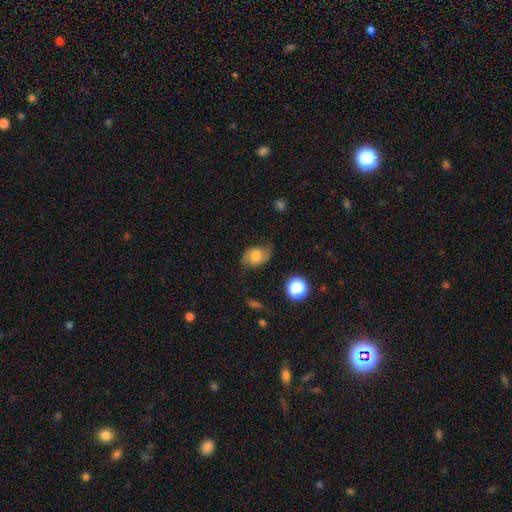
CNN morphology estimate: Q: Smooth or featured?
A: smooth (59%); runner-up: featured or disk (30%)
Q: How rounded?
A: in between (75%); runner-up: round (24%)
Q: Merging?
A: none (59%); runner-up: minor disturbance (29%)